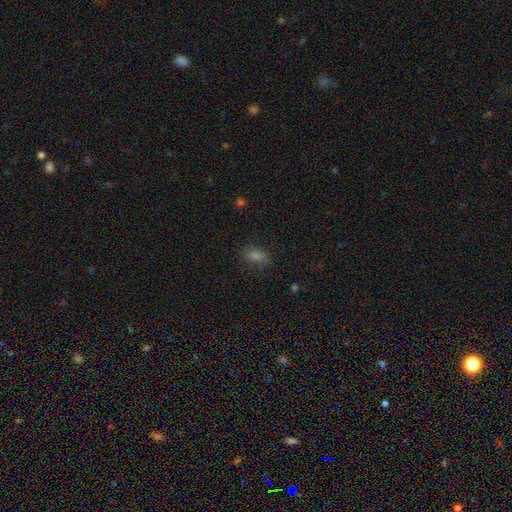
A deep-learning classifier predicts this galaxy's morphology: Smooth or featured? Predicted: smooth (p=0.73). How rounded? Predicted: in between (p=0.84). Merging? Predicted: none (p=0.83).